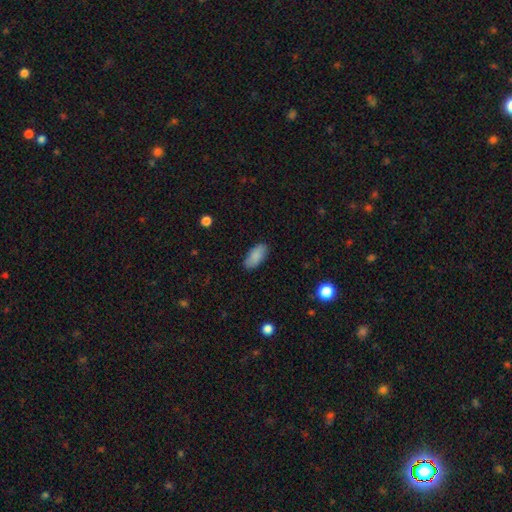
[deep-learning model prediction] Smooth or featured: smooth — 87% (star or artifact — 7%)
How rounded: in between — 90% (cigar-shaped — 8%)
Merging: none — 85% (minor disturbance — 11%)